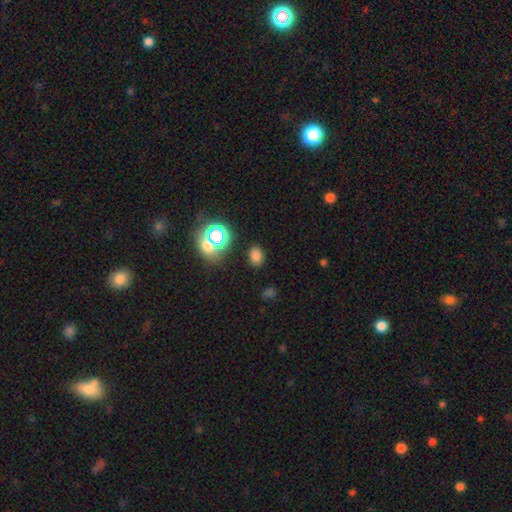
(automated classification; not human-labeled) Q: Smooth or featured?
A: smooth (73%); runner-up: star or artifact (22%)
Q: How rounded?
A: in between (62%); runner-up: round (37%)
Q: Merging?
A: none (85%); runner-up: minor disturbance (10%)